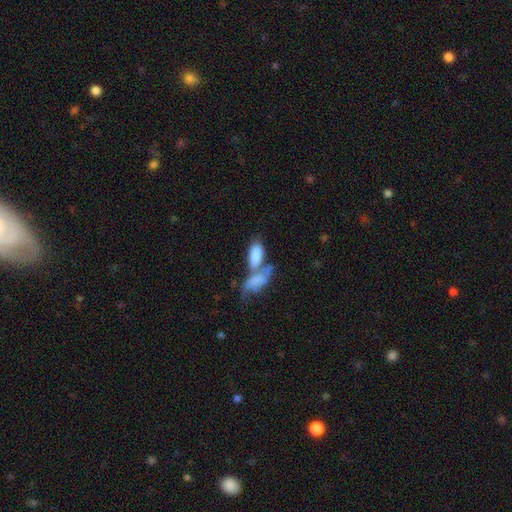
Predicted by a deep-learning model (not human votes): A smooth galaxy with no disk features (75%) that is in between round and cigar-shaped (87%). Merging: merger (67%).